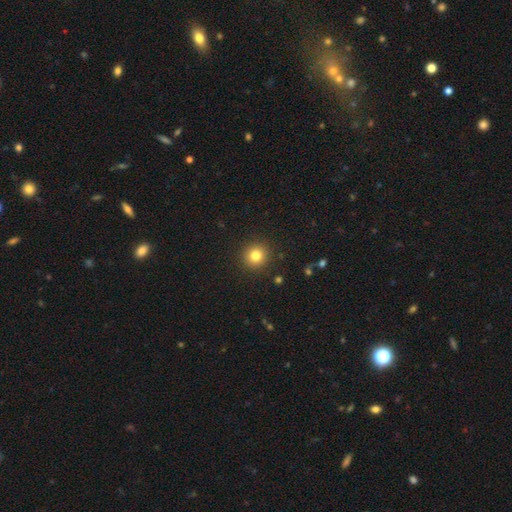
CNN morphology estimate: The model was most divided on "smooth or featured": smooth: 81%, star or artifact: 12%, featured or disk: 7%. More confident: how rounded — round (93%); merging — none (91%).